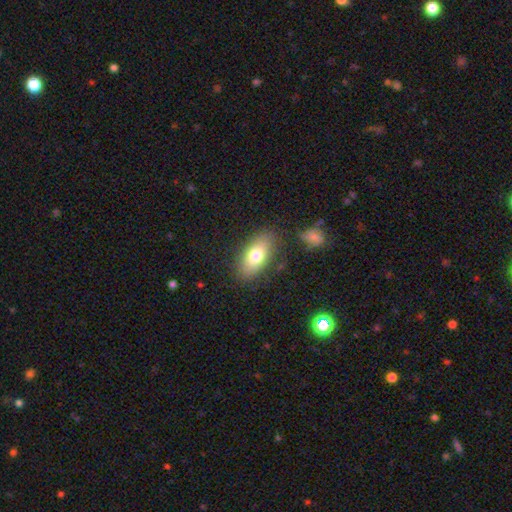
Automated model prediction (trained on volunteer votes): The model was most divided on "smooth or featured": smooth: 74%, featured or disk: 19%, star or artifact: 7%. More confident: how rounded — in between (87%); merging — none (81%).